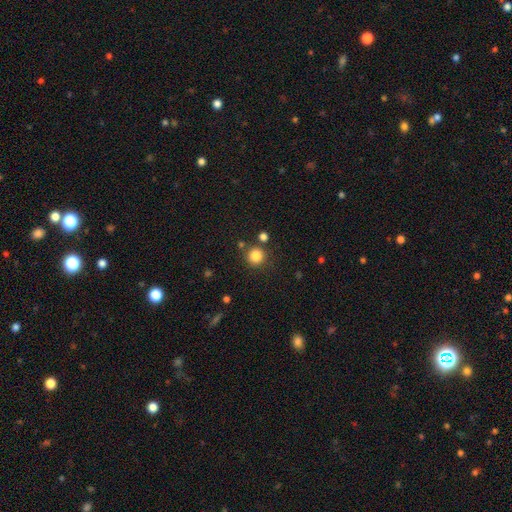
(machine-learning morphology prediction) smooth_or_featured: smooth (p=0.84) [alt: star or artifact p=0.11]
how_rounded: round (p=0.94) [alt: in between p=0.05]
merging: none (p=0.82) [alt: minor disturbance p=0.08]